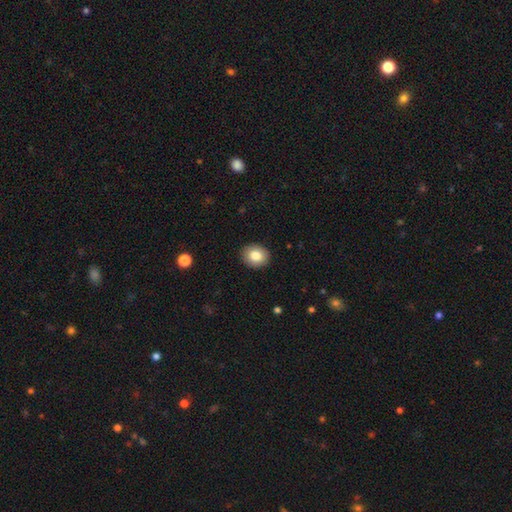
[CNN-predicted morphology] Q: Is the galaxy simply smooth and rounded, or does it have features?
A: smooth — 82%.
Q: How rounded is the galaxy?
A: round — 68%.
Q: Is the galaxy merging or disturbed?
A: none — 91%.